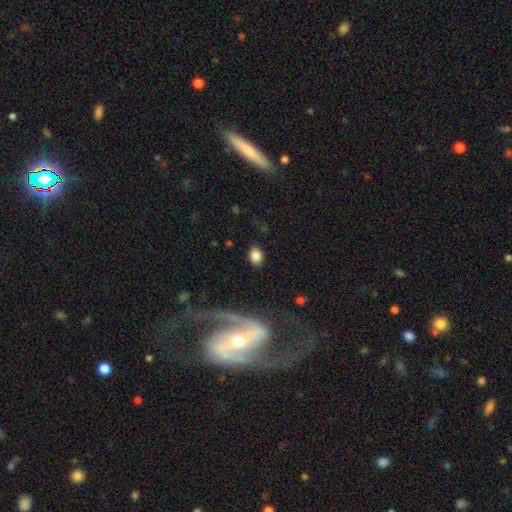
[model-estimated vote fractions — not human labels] A smooth galaxy with no disk features (85%) that is in between round and cigar-shaped (59%). Merging: none (84%).